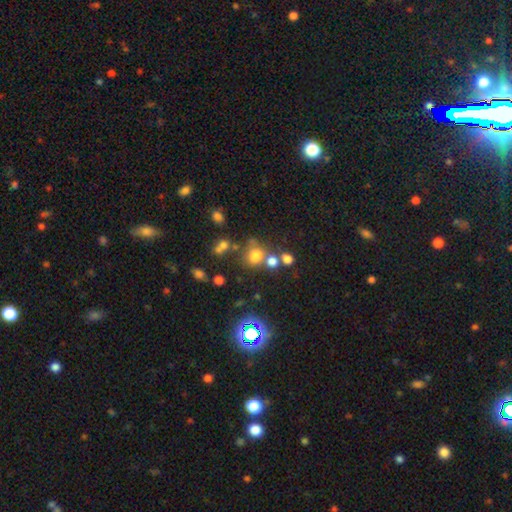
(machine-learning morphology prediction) This is likely a smooth galaxy (67%). How rounded: likely round (69%). Merging: possibly none (56%).